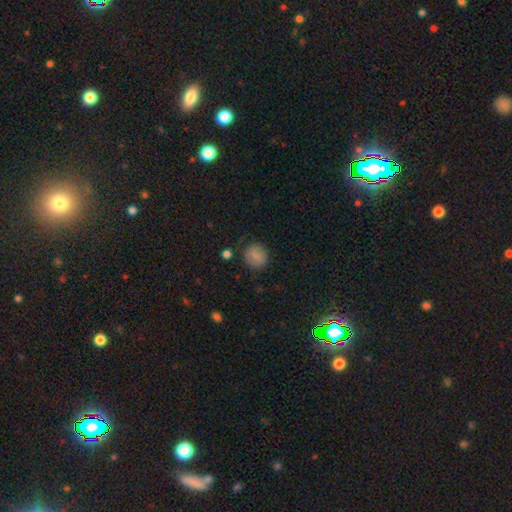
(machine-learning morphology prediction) type=smooth (83%); roundness=round (84%); merging=none (82%).